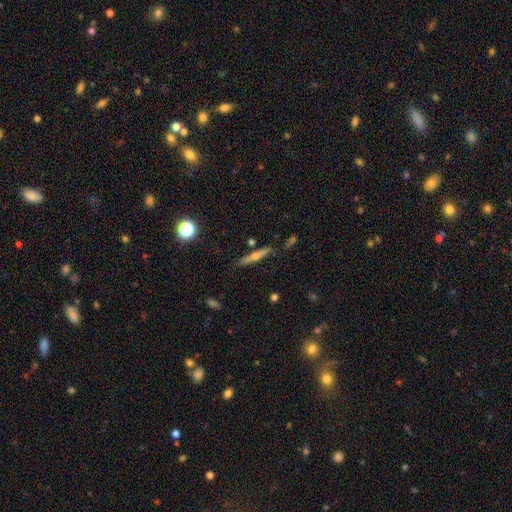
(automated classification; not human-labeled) Morphology: type=featured or disk (61%); edge-on=yes (95%); edge-on bulge=rounded (81%); merging=none (83%).